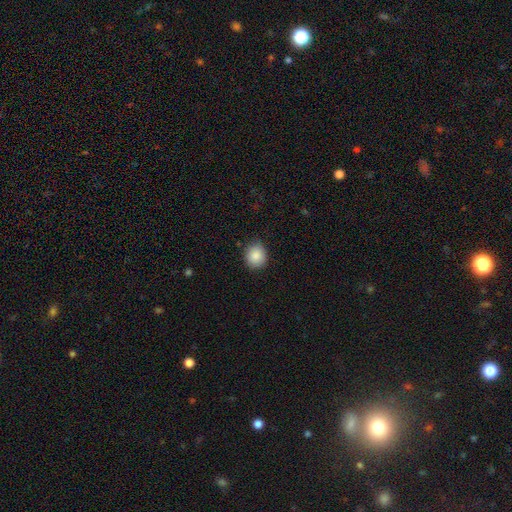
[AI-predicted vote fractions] Smooth or featured: smooth — 87% (star or artifact — 8%)
How rounded: round — 78% (in between — 21%)
Merging: none — 81% (minor disturbance — 15%)